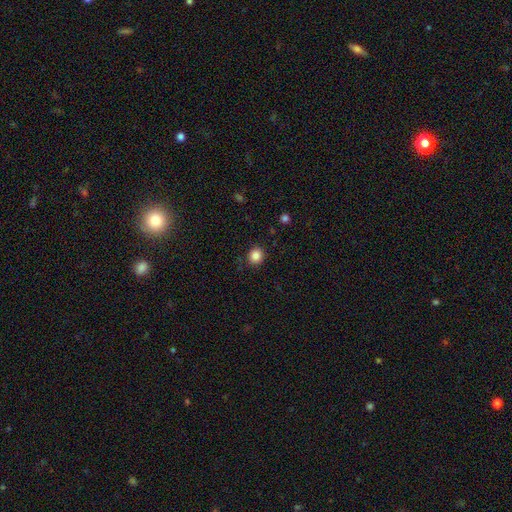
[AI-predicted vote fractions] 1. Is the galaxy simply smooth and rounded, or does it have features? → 86% smooth, 11% star or artifact, 4% featured or disk.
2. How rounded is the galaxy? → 86% round, 13% in between, 1% cigar-shaped.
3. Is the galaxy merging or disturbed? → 90% none, 7% minor disturbance, 2% major disturbance, 1% merger.